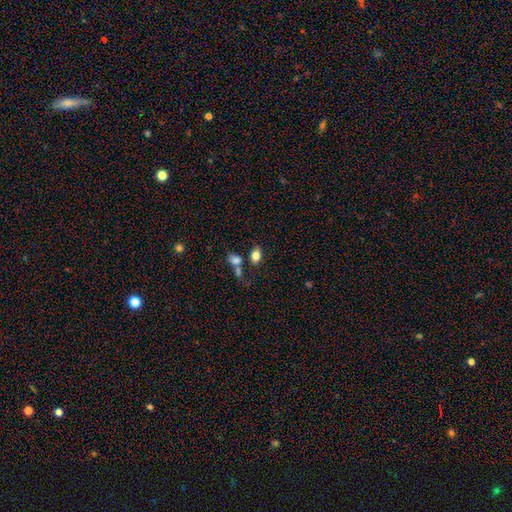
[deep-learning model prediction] Smooth or featured? smooth (82%)
How rounded? in between (82%)
Merging? none (61%)